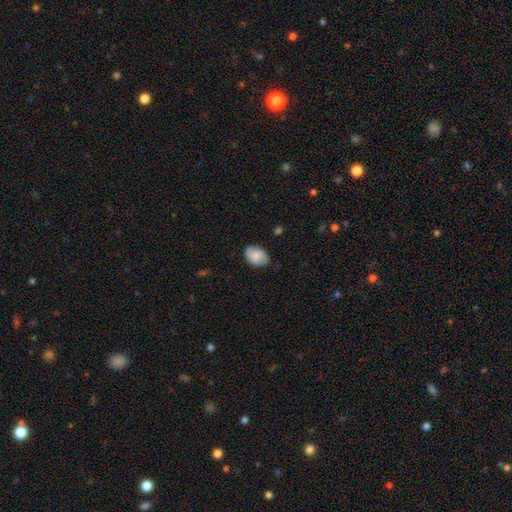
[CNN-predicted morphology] This appears to be a smooth galaxy with no disk features (70%) that is in between round and cigar-shaped (84%). Merging: none (73%).